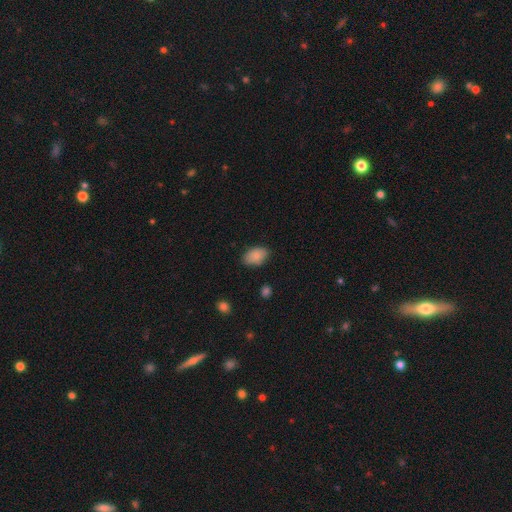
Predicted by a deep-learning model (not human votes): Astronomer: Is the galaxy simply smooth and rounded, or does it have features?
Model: smooth — 86%.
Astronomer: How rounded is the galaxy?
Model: in between — 91%.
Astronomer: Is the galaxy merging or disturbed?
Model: none — 79%.